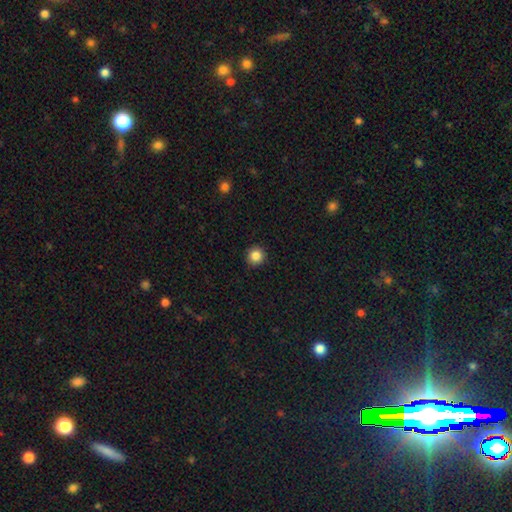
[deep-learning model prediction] Smooth or featured? Predicted: smooth (p=0.86). How rounded? Predicted: round (p=0.94). Merging? Predicted: none (p=0.92).